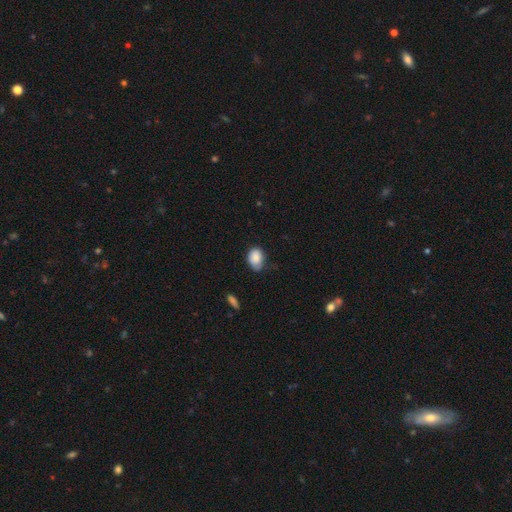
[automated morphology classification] Q: Smooth or featured?
A: smooth (86%); runner-up: star or artifact (8%)
Q: How rounded?
A: in between (76%); runner-up: round (23%)
Q: Merging?
A: none (56%); runner-up: minor disturbance (35%)